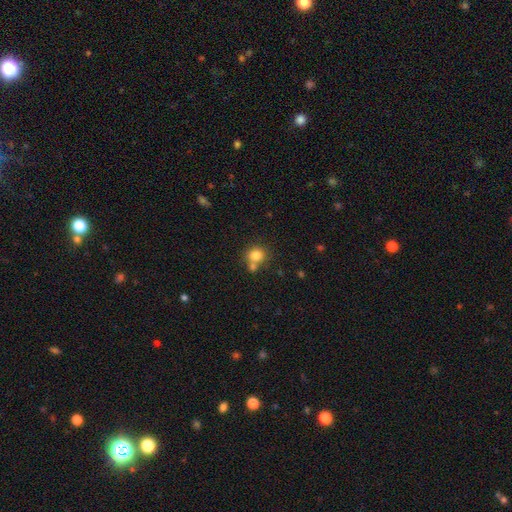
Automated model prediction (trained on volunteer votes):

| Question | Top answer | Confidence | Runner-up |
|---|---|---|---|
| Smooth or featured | smooth | 81% | star or artifact (11%) |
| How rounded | round | 84% | in between (15%) |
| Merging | none | 58% | merger (29%) |